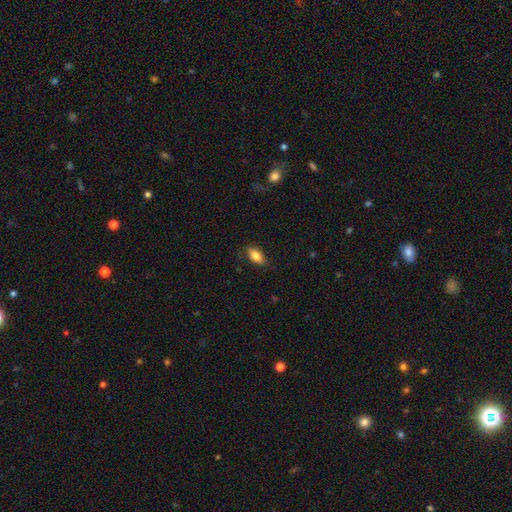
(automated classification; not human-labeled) Smooth or featured? smooth (81%)
How rounded? in between (88%)
Merging? none (84%)